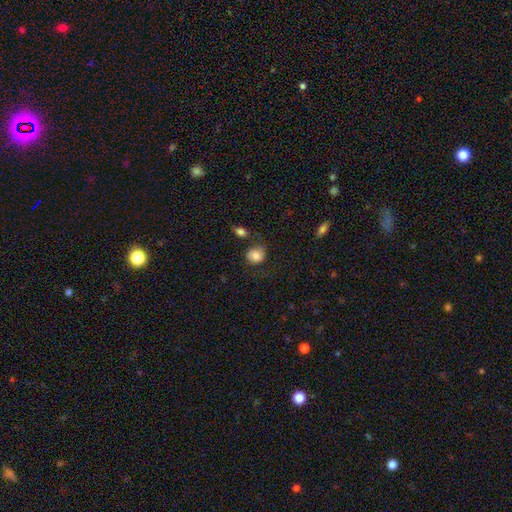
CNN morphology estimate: Overall: smooth (76%). How rounded: round (68%; in between 30%). Merging: none (60%; minor disturbance 22%).